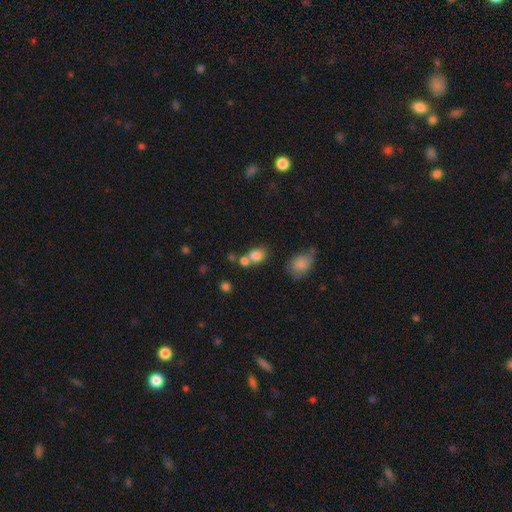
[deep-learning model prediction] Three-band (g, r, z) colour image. It shows a smooth galaxy with no disk features (79%) that is in between round and cigar-shaped (60%). Merging: none (42%).